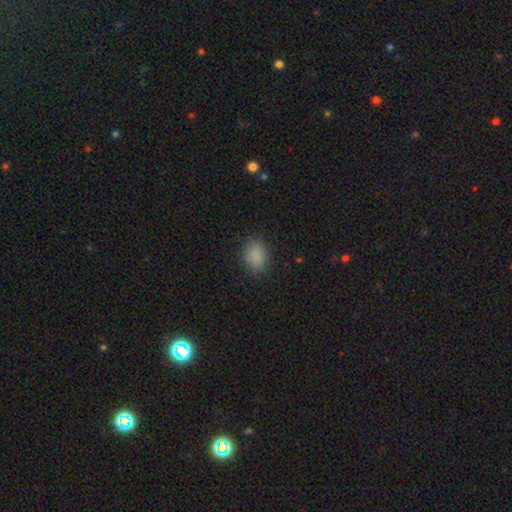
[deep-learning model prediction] Morphology: type=smooth (86%); roundness=in between (71%); merging=none (84%).